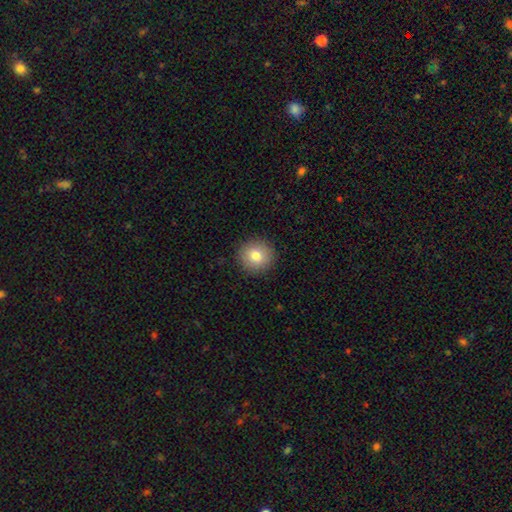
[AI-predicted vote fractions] smooth_or_featured: smooth (p=0.80) [alt: featured or disk p=0.10]
how_rounded: round (p=0.92) [alt: in between p=0.07]
merging: none (p=0.91) [alt: minor disturbance p=0.06]